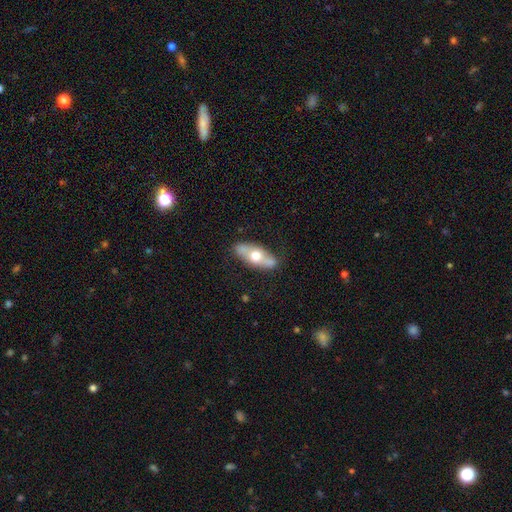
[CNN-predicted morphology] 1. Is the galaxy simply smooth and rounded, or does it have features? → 49% smooth, 45% featured or disk, 6% star or artifact.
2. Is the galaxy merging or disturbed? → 75% none, 18% minor disturbance, 4% major disturbance, 4% merger.